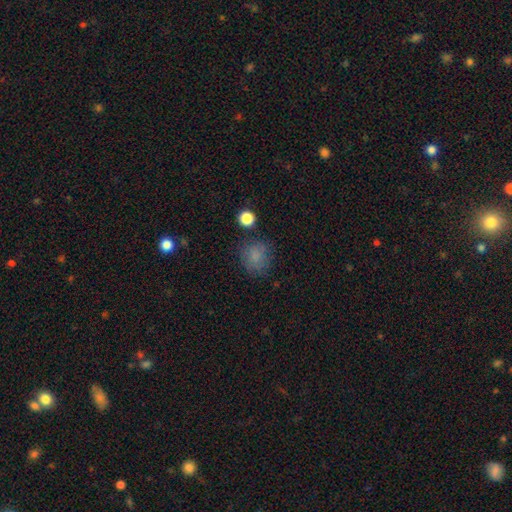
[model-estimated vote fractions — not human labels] Smooth or featured: smooth — 80% (star or artifact — 12%)
How rounded: round — 82% (in between — 17%)
Merging: none — 73% (minor disturbance — 17%)